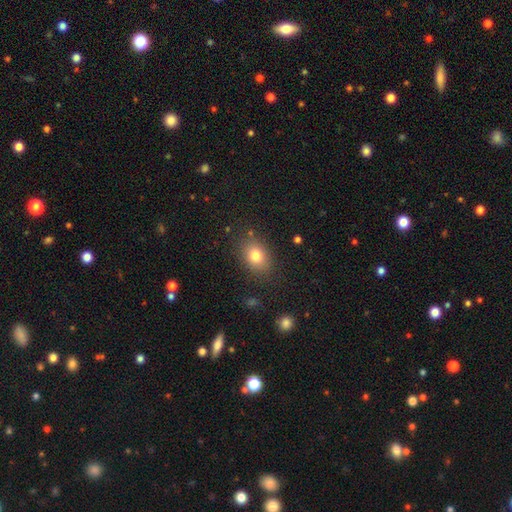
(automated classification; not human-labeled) smooth_or_featured: smooth (p=0.79) [alt: star or artifact p=0.11]
how_rounded: in between (p=0.67) [alt: round p=0.32]
merging: none (p=0.83) [alt: minor disturbance p=0.11]